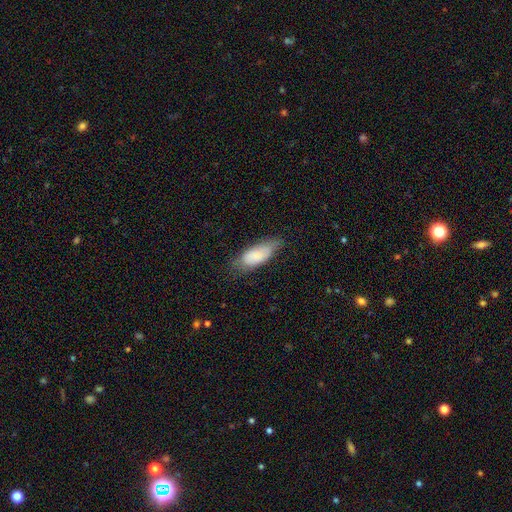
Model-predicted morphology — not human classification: A smooth galaxy with no disk features (80%) that is in between round and cigar-shaped (80%). Merging: none (62%).